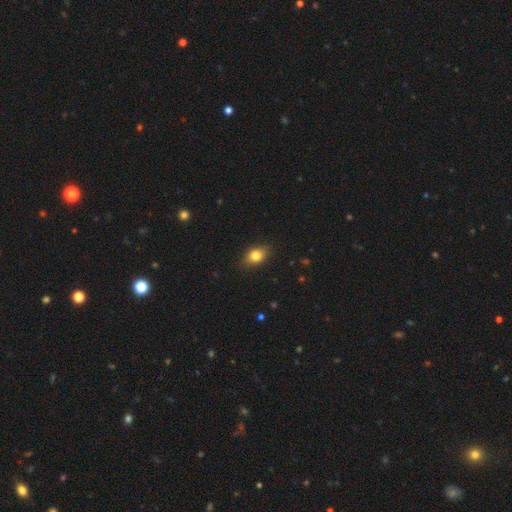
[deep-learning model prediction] Overall: smooth (79%). How rounded: in between (71%). Merging: none (84%).